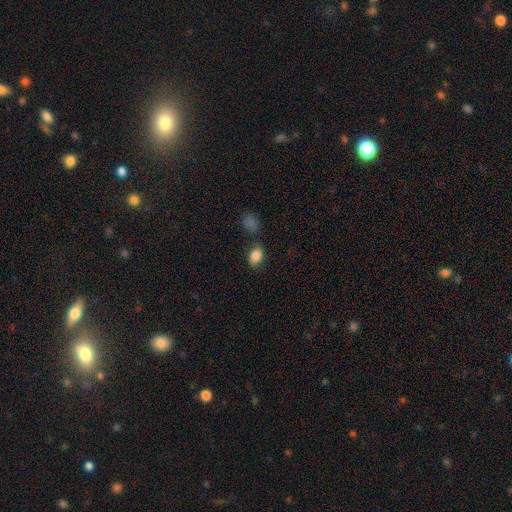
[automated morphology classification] This appears to be a smooth galaxy with no disk features (85%) that is in between round and cigar-shaped (76%). Merging: none (71%).